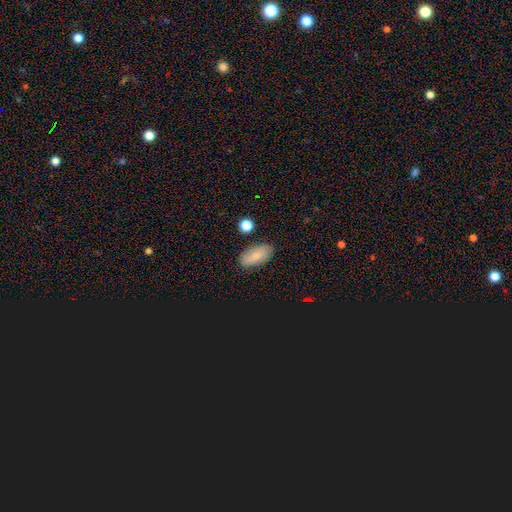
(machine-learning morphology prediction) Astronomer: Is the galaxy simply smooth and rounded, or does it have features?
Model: smooth — 79%.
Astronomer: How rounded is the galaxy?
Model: in between — 91%.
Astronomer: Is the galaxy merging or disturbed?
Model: none — 82%.